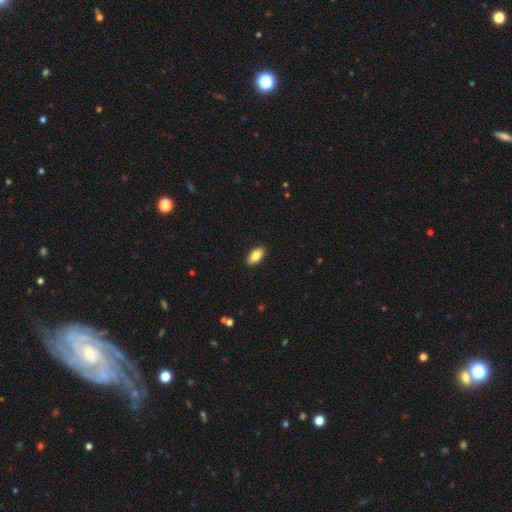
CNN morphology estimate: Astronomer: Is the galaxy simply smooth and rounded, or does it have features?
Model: smooth — 82%.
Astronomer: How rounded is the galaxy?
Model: in between — 89%.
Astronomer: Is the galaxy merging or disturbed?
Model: none — 90%.